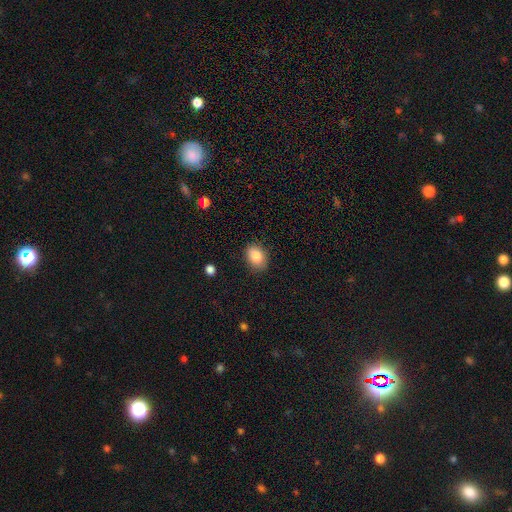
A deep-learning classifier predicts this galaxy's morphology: smooth-or-featured: smooth: 84% | star or artifact: 8% | featured or disk: 8%
  how-rounded: in between: 70% | round: 29% | cigar-shaped: 1%
  merging: none: 86% | minor disturbance: 10% | major disturbance: 2% | merger: 1%